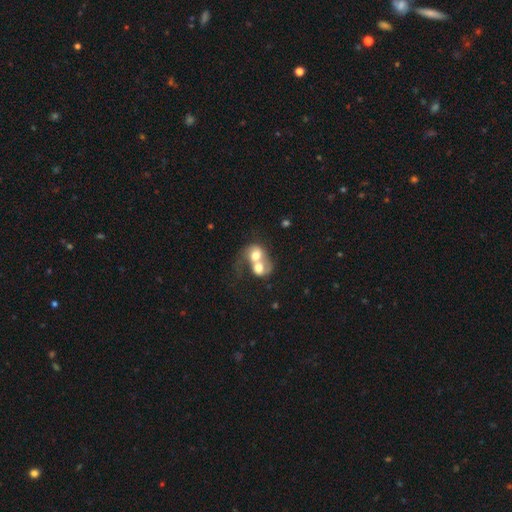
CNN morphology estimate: smooth-or-featured: smooth: 54% | featured or disk: 38% | star or artifact: 7%
  how-rounded: round: 56% | in between: 43% | cigar-shaped: 1%
  merging: merger: 84% | none: 7% | major disturbance: 6% | minor disturbance: 3%